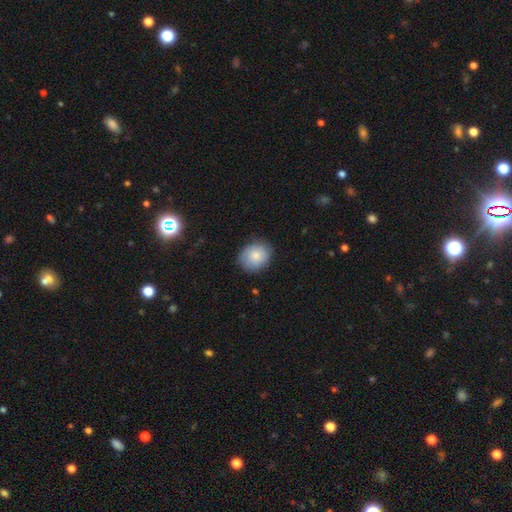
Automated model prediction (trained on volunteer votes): The model was most divided on "how rounded": round: 60%, in between: 39%, cigar-shaped: 1%. More confident: merging — none (79%); smooth or featured — smooth (77%).